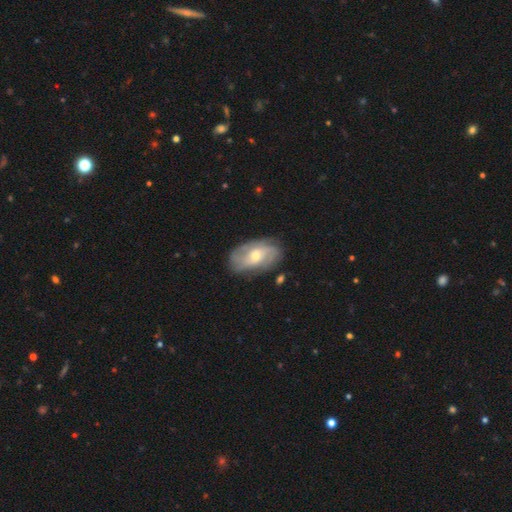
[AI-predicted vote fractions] The model was most divided on "spiral winding": medium: 40%, tight: 37%, loose: 23%. Remaining: edge-on disk — no (95%); spiral arms — yes (88%); merging — none (75%); smooth or featured — featured or disk (74%); bulge size — moderate (60%); bar — no (53%); spiral arm count — 2 (44%).